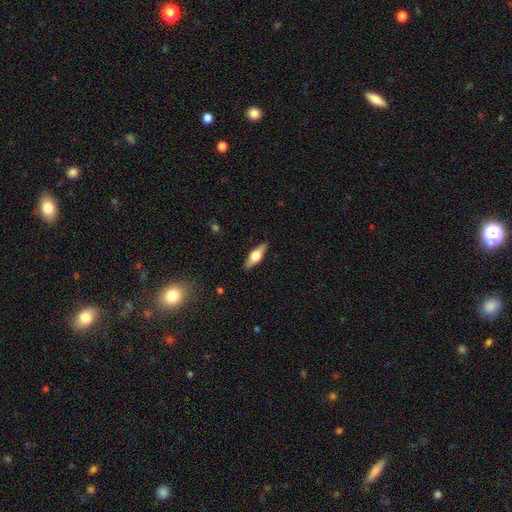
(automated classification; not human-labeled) Smooth or featured: featured or disk — 58% (smooth — 36%)
Edge-on disk: yes — 94% (no — 6%)
Edge-on bulge: rounded — 94% (boxy — 5%)
Merging: none — 88% (minor disturbance — 9%)